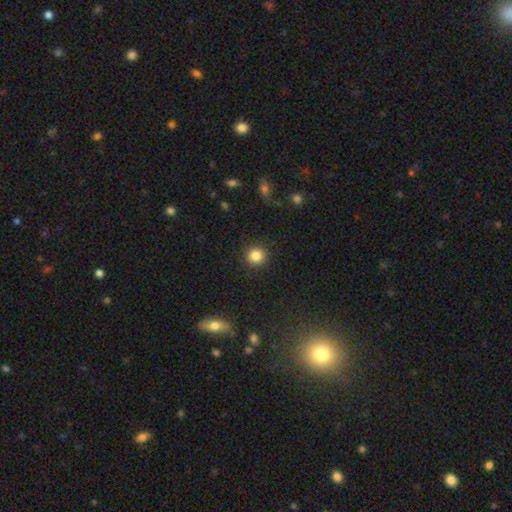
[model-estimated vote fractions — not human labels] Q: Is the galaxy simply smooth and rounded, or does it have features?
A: smooth — 84%.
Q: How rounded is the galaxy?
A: round — 93%.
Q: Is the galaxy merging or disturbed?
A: none — 90%.